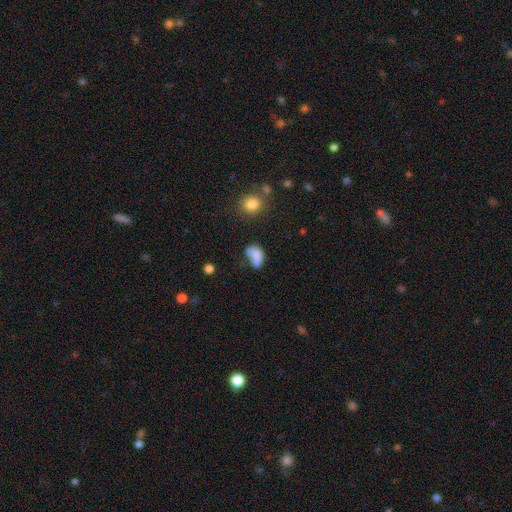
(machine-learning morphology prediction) Smooth or featured? Predicted: smooth (p=0.77). How rounded? Predicted: in between (p=0.84). Merging? Predicted: minor disturbance (p=0.29, tied with none).